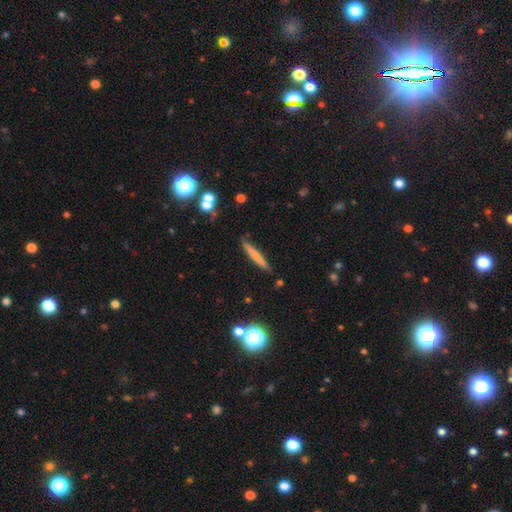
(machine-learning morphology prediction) Smooth or featured?
  - smooth: 69% *
  - featured or disk: 24%
  - star or artifact: 7%
How rounded?
  - cigar-shaped: 95% *
  - in between: 4%
  - round: 1%
Merging?
  - none: 83% *
  - minor disturbance: 13%
  - merger: 2%
  - major disturbance: 2%